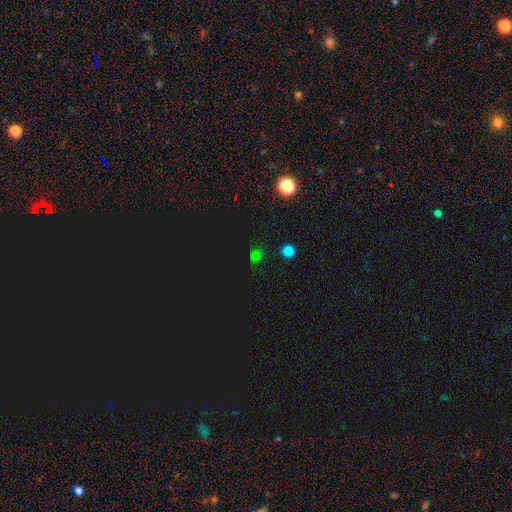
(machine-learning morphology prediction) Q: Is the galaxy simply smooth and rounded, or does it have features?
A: star or artifact — 54%.